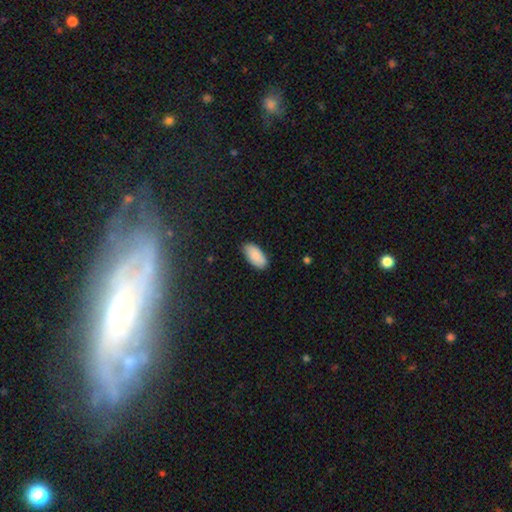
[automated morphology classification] Overall: smooth (89%). How rounded: in between (94%). Merging: none (86%).